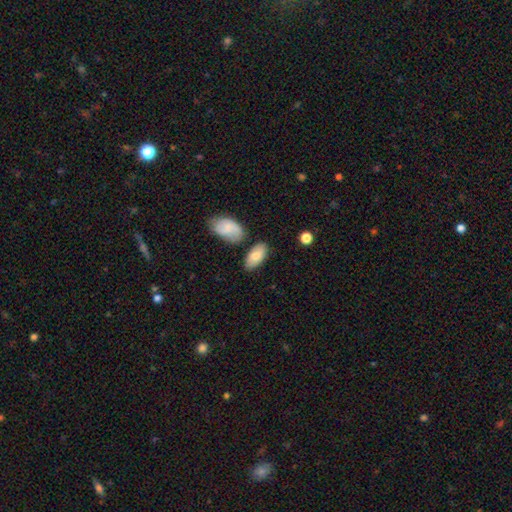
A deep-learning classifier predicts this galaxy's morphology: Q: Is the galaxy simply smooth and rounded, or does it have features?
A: smooth — 80%.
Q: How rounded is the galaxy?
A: in between — 93%.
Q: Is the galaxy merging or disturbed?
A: none — 72%.